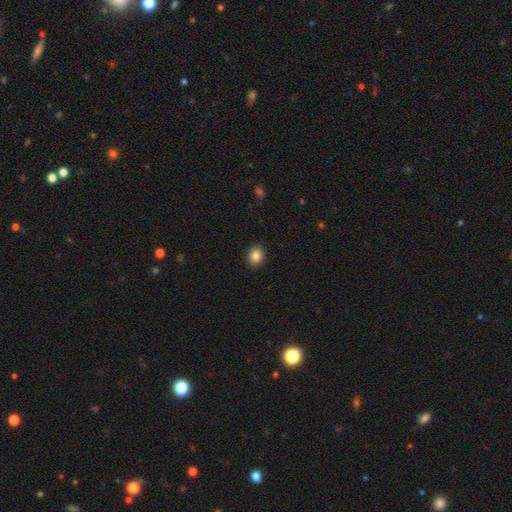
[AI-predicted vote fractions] Morphology: type=smooth (85%); roundness=round (54%); merging=none (91%).